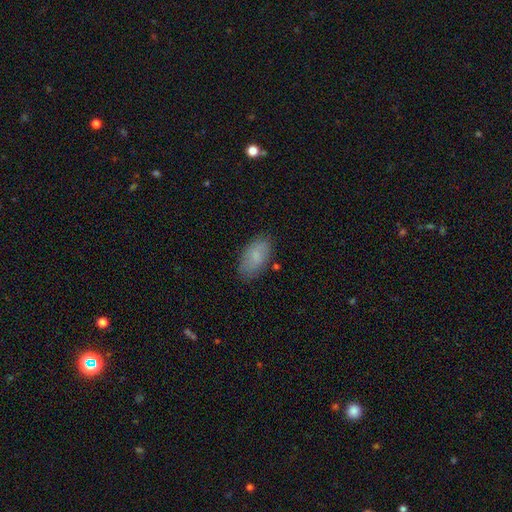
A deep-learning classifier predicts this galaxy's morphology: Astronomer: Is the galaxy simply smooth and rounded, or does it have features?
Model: smooth — 78%.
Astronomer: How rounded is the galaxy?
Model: in between — 94%.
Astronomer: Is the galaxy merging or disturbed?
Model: none — 82%.